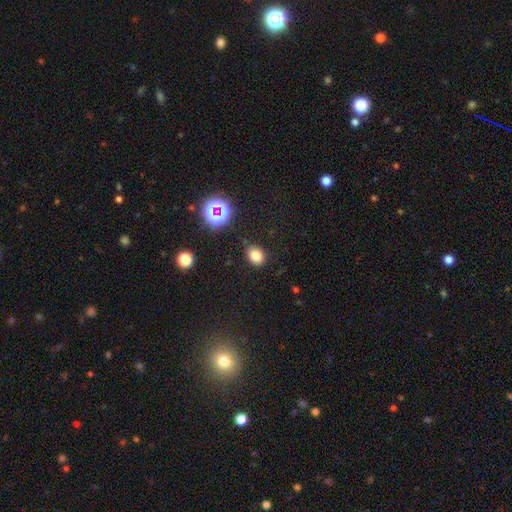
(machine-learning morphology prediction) The model was most divided on "how rounded": in between: 55%, round: 45%, cigar-shaped: 1%. More confident: merging — none (82%); smooth or featured — smooth (78%).